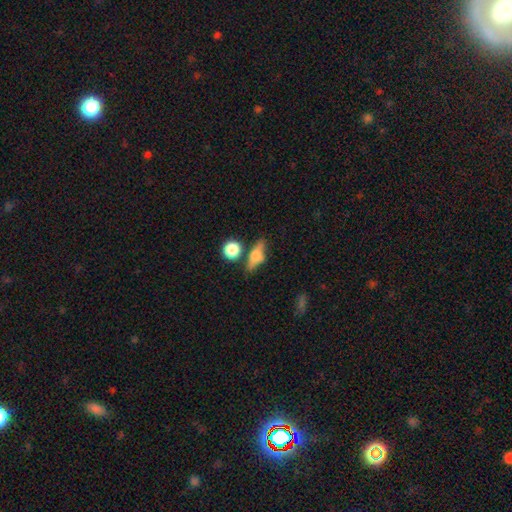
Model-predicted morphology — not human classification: smooth_or_featured: smooth (p=0.47) [alt: featured or disk p=0.43]
merging: none (p=0.68) [alt: minor disturbance p=0.17]